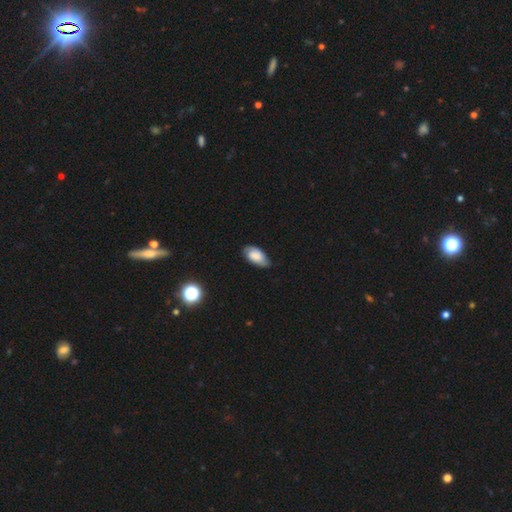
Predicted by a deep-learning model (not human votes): Overall: smooth (61%; featured or disk 30%). How rounded: in between (93%). Merging: none (63%; minor disturbance 30%).